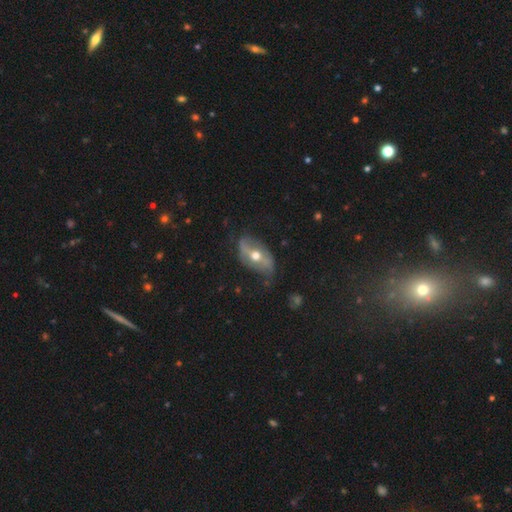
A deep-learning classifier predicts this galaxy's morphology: Smooth or featured? featured or disk (66%)
Edge-on disk? no (83%)
Bar? strong (40%)
Spiral arms? yes (56%)
Bulge size? moderate (78%)
Merging? none (64%)